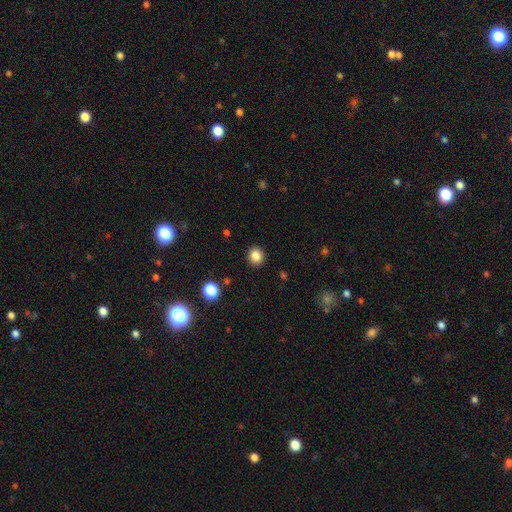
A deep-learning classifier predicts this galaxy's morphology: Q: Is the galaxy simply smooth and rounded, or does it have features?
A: smooth — 84%.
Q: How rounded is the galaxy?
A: round — 85%.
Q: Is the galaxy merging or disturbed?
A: none — 91%.